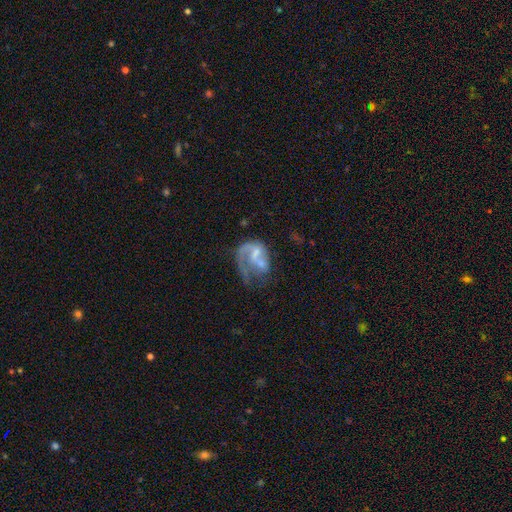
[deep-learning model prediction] Morphology: type=featured or disk (69%); edge-on=no (98%); bar=no (52%); spiral arms=yes (71%); bulge=small (35%); merging=major disturbance (39%).